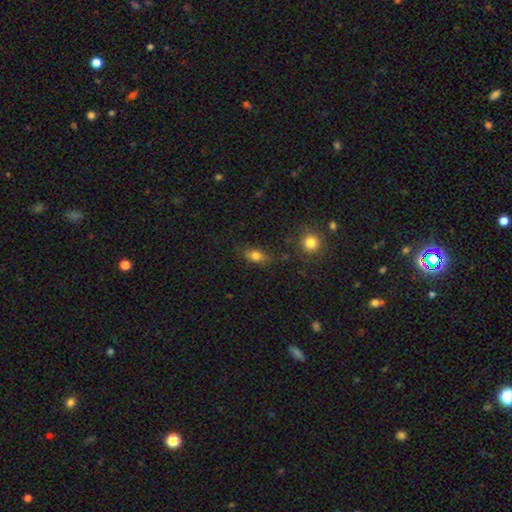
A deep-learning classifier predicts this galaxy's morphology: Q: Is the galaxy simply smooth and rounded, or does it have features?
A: smooth — 78%.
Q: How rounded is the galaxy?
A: in between — 77%.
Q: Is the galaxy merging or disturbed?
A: none — 77%.